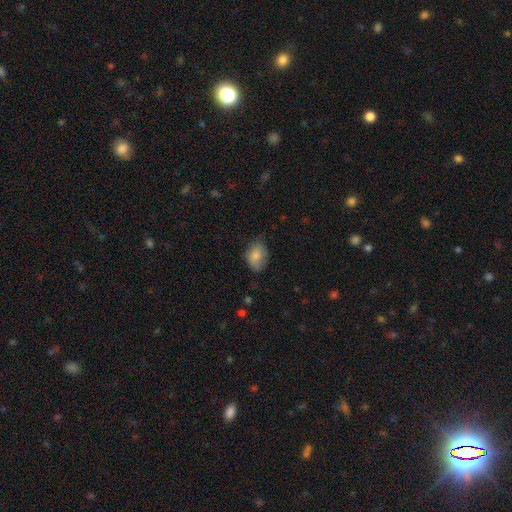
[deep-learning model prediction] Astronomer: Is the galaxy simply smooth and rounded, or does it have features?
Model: smooth — 81%.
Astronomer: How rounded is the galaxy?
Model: in between — 80%.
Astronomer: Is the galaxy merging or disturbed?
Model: none — 65%.